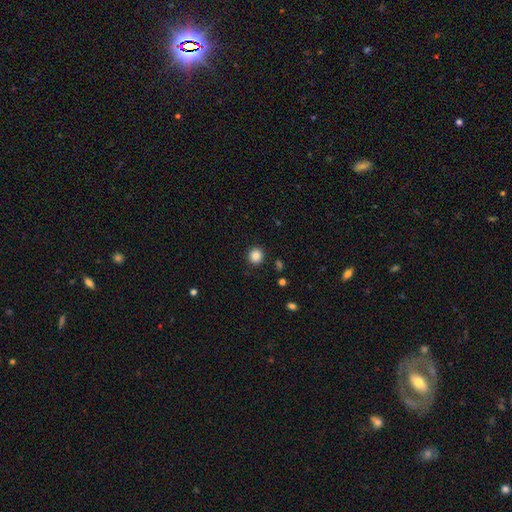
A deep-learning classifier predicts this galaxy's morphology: Q: Smooth or featured?
A: smooth (86%); runner-up: star or artifact (11%)
Q: How rounded?
A: round (91%); runner-up: in between (8%)
Q: Merging?
A: none (91%); runner-up: minor disturbance (6%)